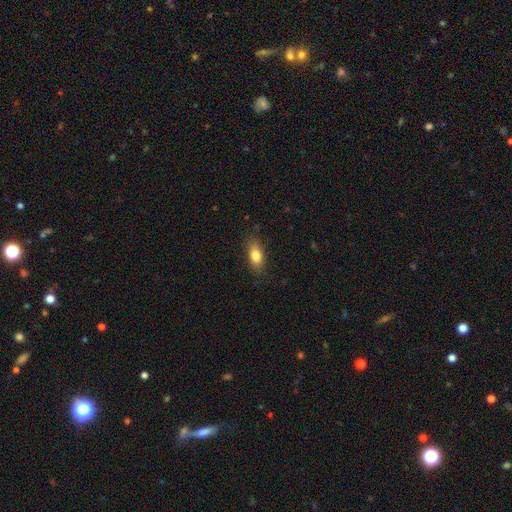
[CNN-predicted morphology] smooth 80%, featured or disk 12%, star or artifact 8%. Down the decision tree: how rounded — in between (83%); merging — none (83%).